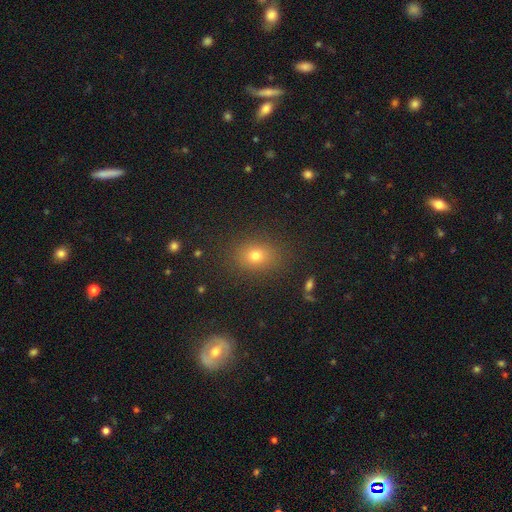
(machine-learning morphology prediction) Smooth or featured?
  - smooth: 73% *
  - star or artifact: 17%
  - featured or disk: 10%
How rounded?
  - in between: 53% *
  - round: 45%
  - cigar-shaped: 1%
Merging?
  - none: 86% *
  - minor disturbance: 9%
  - major disturbance: 3%
  - merger: 2%